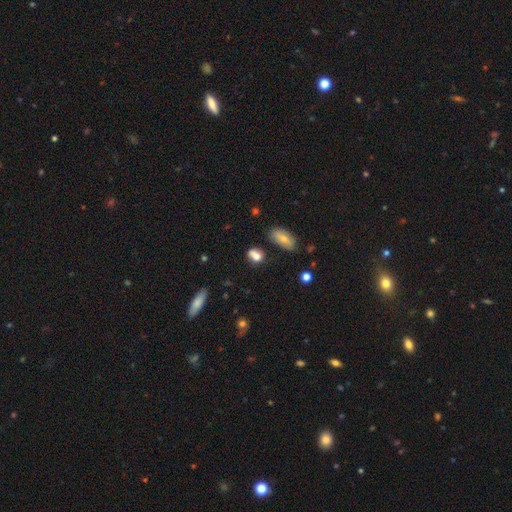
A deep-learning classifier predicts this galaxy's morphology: The model was most divided on "how rounded": in between: 61%, round: 36%, cigar-shaped: 3%. More confident: smooth or featured — smooth (75%); merging — none (51%).